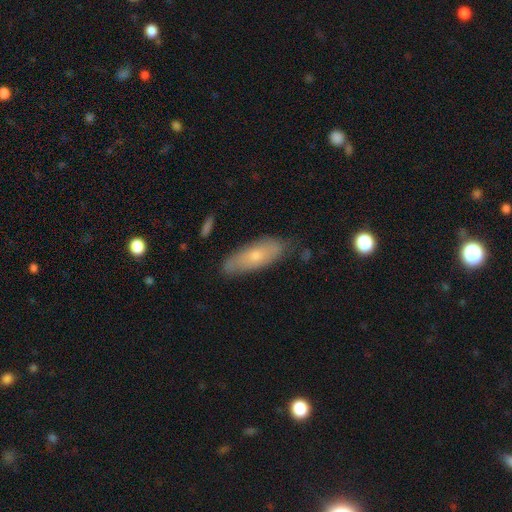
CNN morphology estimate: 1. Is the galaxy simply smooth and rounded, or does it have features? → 64% smooth, 29% featured or disk, 7% star or artifact.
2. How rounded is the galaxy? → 64% in between, 33% cigar-shaped, 2% round.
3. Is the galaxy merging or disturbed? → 76% none, 19% minor disturbance, 3% major disturbance, 2% merger.